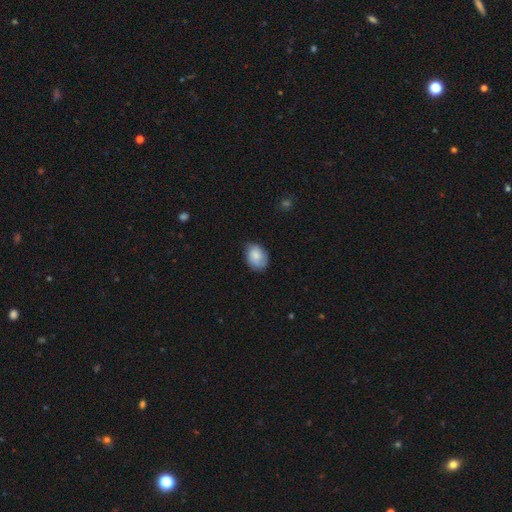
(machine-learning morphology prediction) A smooth galaxy with no disk features (72%) that is in between round and cigar-shaped (67%).

Vote fractions:
- Smooth or featured? smooth: 72% / featured or disk: 20% / star or artifact: 7%
- How rounded? in between: 67% / round: 32% / cigar-shaped: 1%
- Merging? none: 69% / minor disturbance: 24% / major disturbance: 5% / merger: 1%